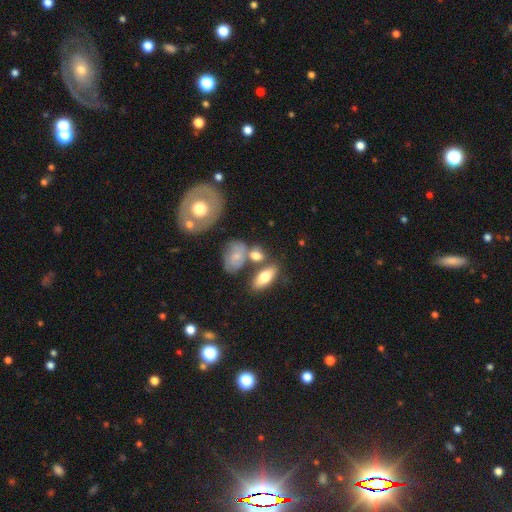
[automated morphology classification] Smooth or featured? smooth (66%)
How rounded? in between (77%)
Merging? none (54%)